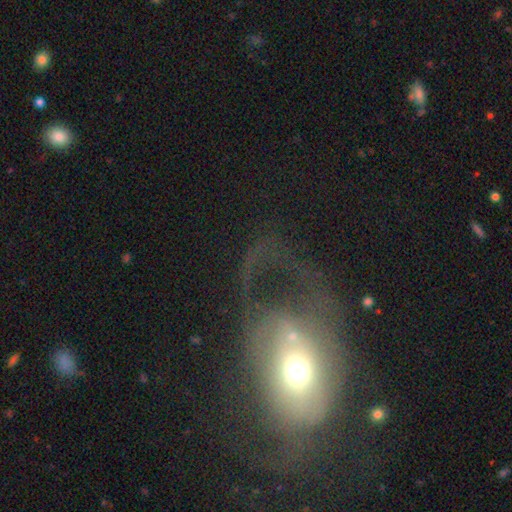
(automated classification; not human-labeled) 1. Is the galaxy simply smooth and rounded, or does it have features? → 49% featured or disk, 36% smooth, 15% star or artifact.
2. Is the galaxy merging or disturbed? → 51% major disturbance, 27% none, 13% minor disturbance, 9% merger.